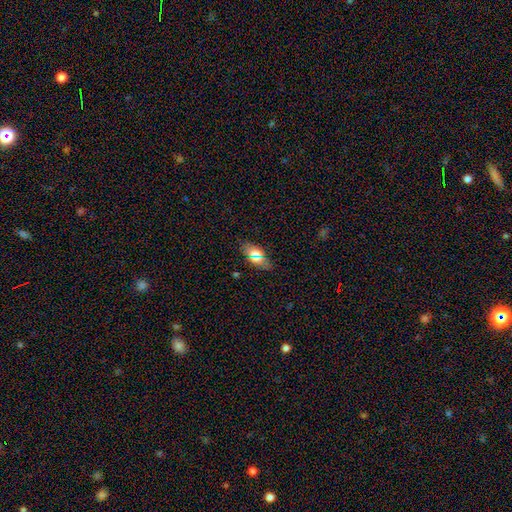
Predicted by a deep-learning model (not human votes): smooth_or_featured: smooth (p=0.71) [alt: star or artifact p=0.16]
how_rounded: in between (p=0.88) [alt: cigar-shaped p=0.08]
merging: none (p=0.86) [alt: minor disturbance p=0.10]